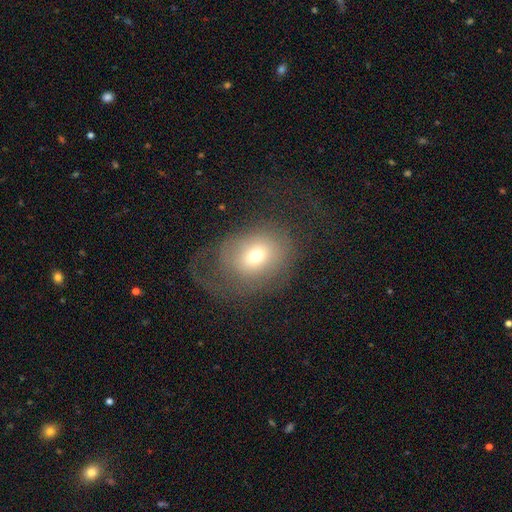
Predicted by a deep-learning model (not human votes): Morphology: type=smooth (62%); roundness=round (56%); merging=major disturbance (45%).